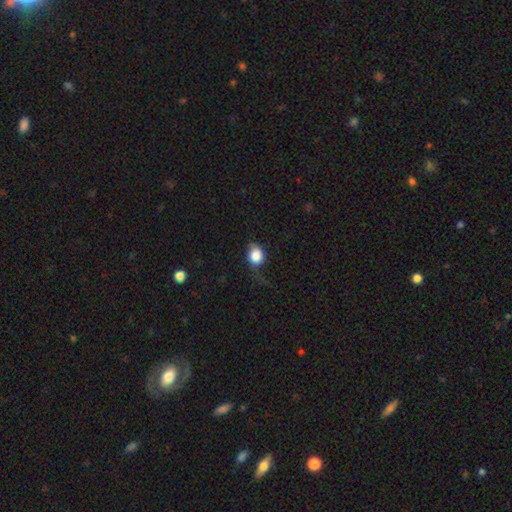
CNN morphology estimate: smooth 78%, featured or disk 13%, star or artifact 9%. Down the decision tree: how rounded — round (56%); merging — none (40%).